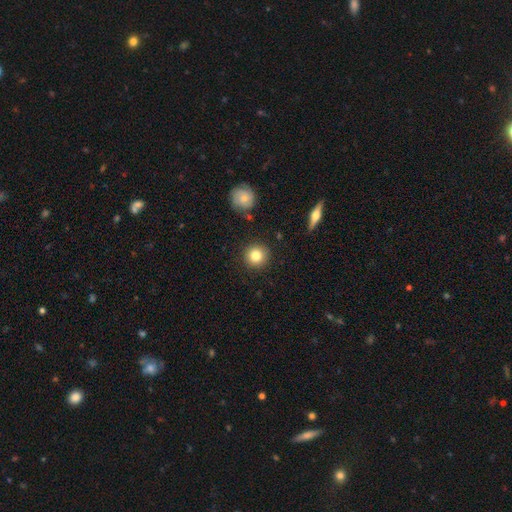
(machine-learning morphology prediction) Q: Smooth or featured?
A: smooth (82%); runner-up: star or artifact (9%)
Q: How rounded?
A: round (94%); runner-up: in between (5%)
Q: Merging?
A: none (89%); runner-up: minor disturbance (7%)